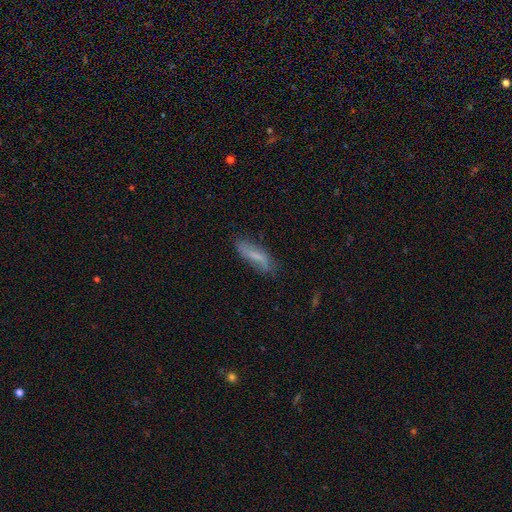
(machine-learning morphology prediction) smooth-or-featured: smooth: 57% | featured or disk: 35% | star or artifact: 9%
  how-rounded: cigar-shaped: 54% | in between: 44% | round: 2%
  merging: none: 63% | minor disturbance: 26% | major disturbance: 8% | merger: 3%